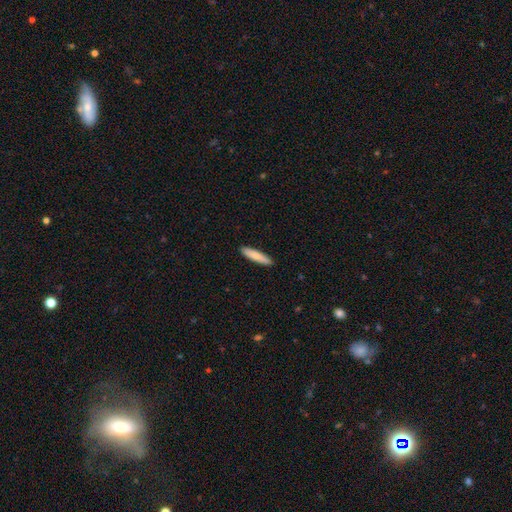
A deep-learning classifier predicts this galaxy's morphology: This is clearly a smooth galaxy (82%). How rounded: clearly cigar-shaped (86%). Merging: clearly none (91%).